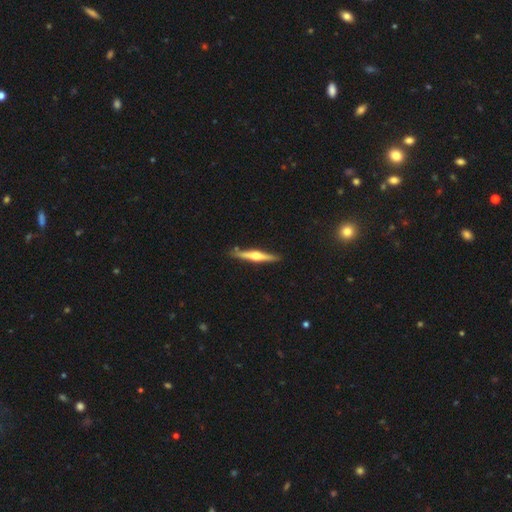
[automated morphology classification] featured or disk 70%, smooth 25%, star or artifact 5%. Down the decision tree: edge-on disk — yes (98%); edge-on bulge — rounded (90%); merging — none (87%).